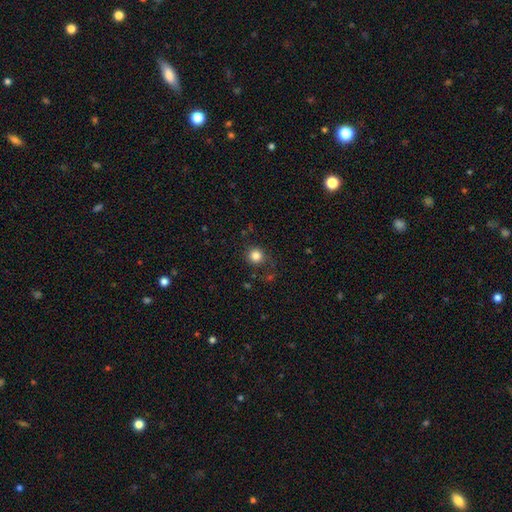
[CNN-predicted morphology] A smooth galaxy with no disk features (83%) that is round (91%).

Vote fractions:
- Smooth or featured? smooth: 83% / star or artifact: 12% / featured or disk: 5%
- How rounded? round: 91% / in between: 8% / cigar-shaped: 1%
- Merging? none: 80% / minor disturbance: 12% / major disturbance: 5% / merger: 2%